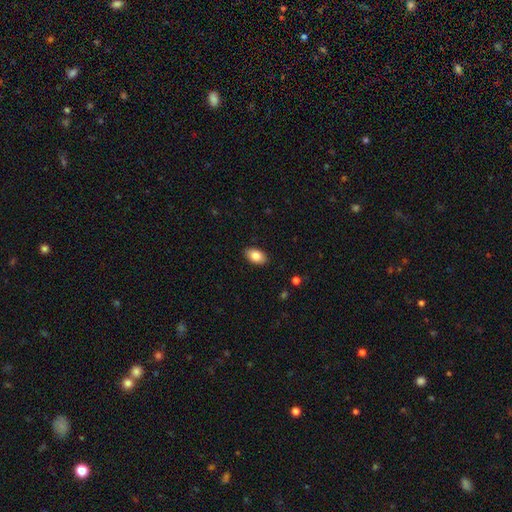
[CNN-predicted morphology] Smooth or featured: smooth — 84% (featured or disk — 8%)
How rounded: in between — 92% (round — 6%)
Merging: none — 89% (minor disturbance — 8%)